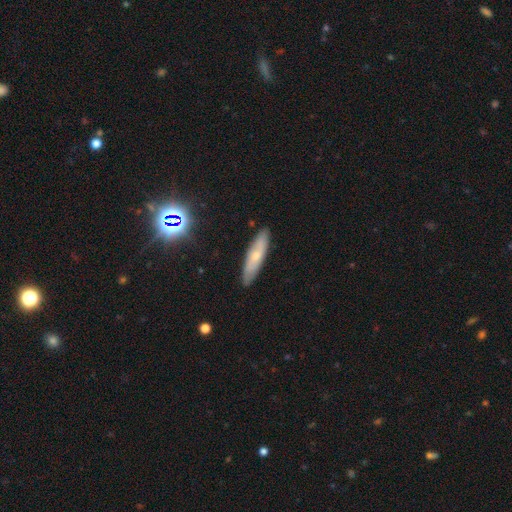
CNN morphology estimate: smooth_or_featured: smooth (p=0.55) [alt: featured or disk p=0.37]
how_rounded: cigar-shaped (p=0.77) [alt: in between p=0.21]
merging: none (p=0.87) [alt: minor disturbance p=0.10]